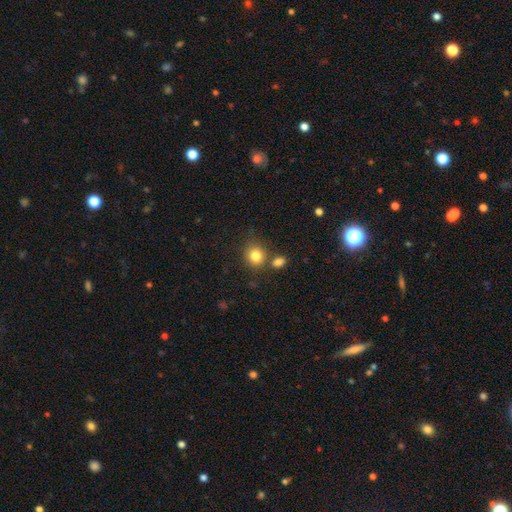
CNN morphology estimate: smooth_or_featured: smooth (p=0.82) [alt: star or artifact p=0.11]
how_rounded: round (p=0.81) [alt: in between p=0.19]
merging: none (p=0.70) [alt: merger p=0.16]